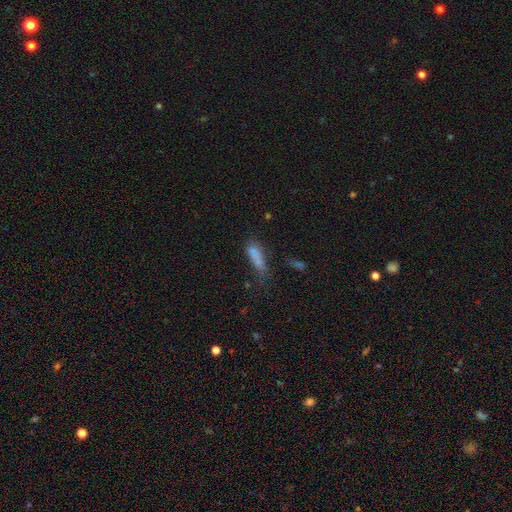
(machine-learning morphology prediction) This appears to be a smooth galaxy with no disk features (73%) that is in between round and cigar-shaped (54%). Merging: none (34%).